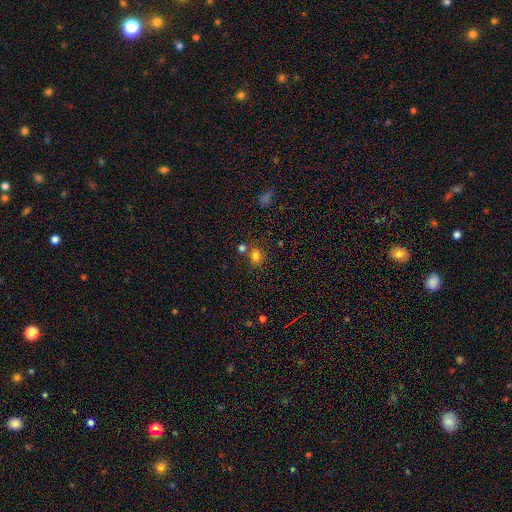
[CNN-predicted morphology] A smooth galaxy with no disk features (76%) that is round (80%).

Vote fractions:
- Smooth or featured? smooth: 76% / star or artifact: 17% / featured or disk: 7%
- How rounded? round: 80% / in between: 19% / cigar-shaped: 1%
- Merging? none: 69% / merger: 16% / minor disturbance: 11% / major disturbance: 4%